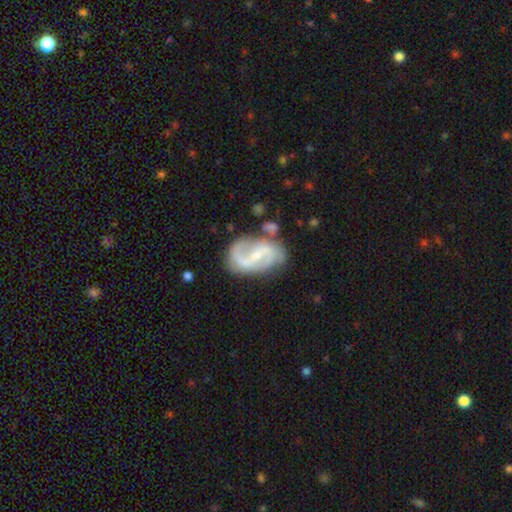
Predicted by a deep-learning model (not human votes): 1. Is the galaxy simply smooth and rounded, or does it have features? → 85% featured or disk, 9% smooth, 5% star or artifact.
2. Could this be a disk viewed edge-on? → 97% no, 3% yes.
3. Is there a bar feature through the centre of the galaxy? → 45% weak, 30% strong, 24% no.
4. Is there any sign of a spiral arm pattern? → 94% yes, 6% no.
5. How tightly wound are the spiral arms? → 45% medium, 39% loose, 16% tight.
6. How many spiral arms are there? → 87% 2, 5% can't tell, 4% 1, 2% 3, 1% 4, 1% more than 4.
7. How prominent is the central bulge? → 65% small, 28% moderate, 4% none, 1% large, 1% dominant.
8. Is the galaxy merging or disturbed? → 64% none, 20% minor disturbance, 9% major disturbance, 7% merger.